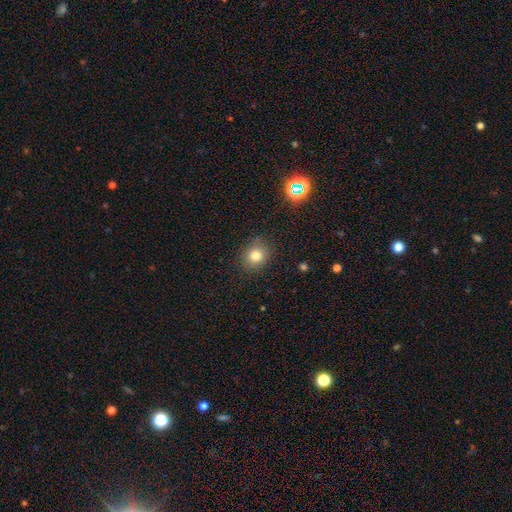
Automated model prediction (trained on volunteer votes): Smooth or featured?
  - smooth: 79% *
  - star or artifact: 13%
  - featured or disk: 7%
How rounded?
  - round: 71% *
  - in between: 28%
  - cigar-shaped: 1%
Merging?
  - none: 86% *
  - minor disturbance: 10%
  - major disturbance: 3%
  - merger: 1%